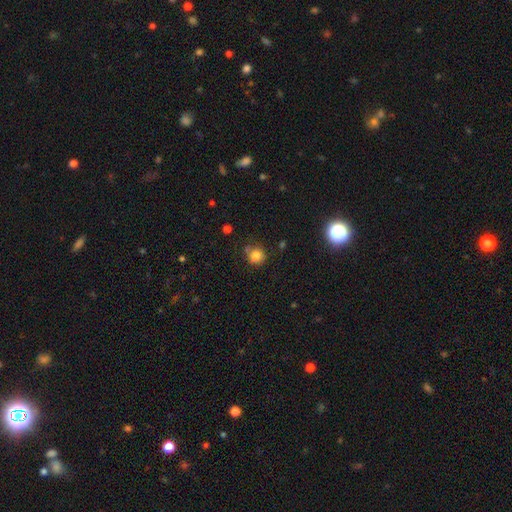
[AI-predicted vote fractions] smooth_or_featured: smooth (p=0.81) [alt: star or artifact p=0.12]
how_rounded: round (p=0.87) [alt: in between p=0.12]
merging: none (p=0.72) [alt: minor disturbance p=0.16]